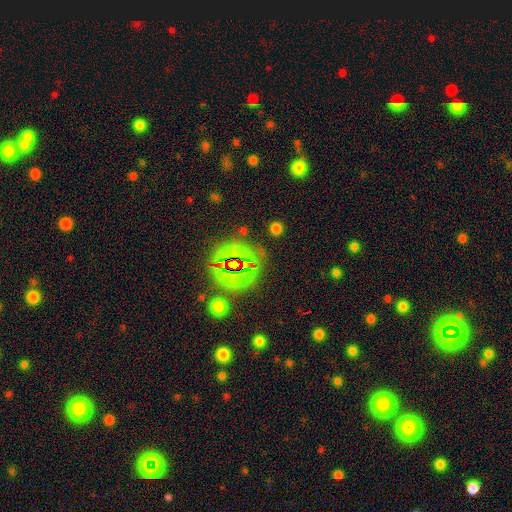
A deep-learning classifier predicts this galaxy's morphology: type=star or artifact (77%).